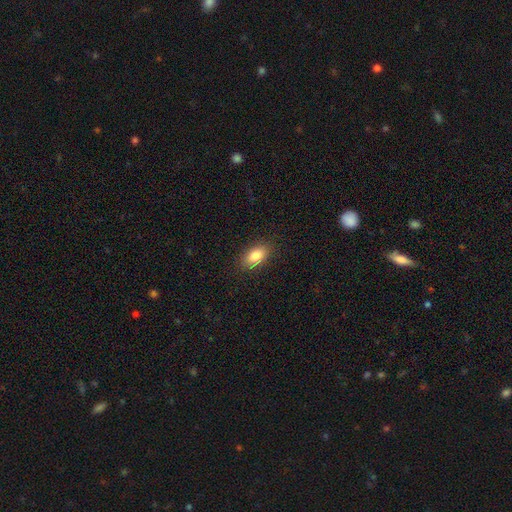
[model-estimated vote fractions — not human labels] smooth 82%, featured or disk 10%, star or artifact 8%. Down the decision tree: how rounded — in between (90%); merging — none (85%).